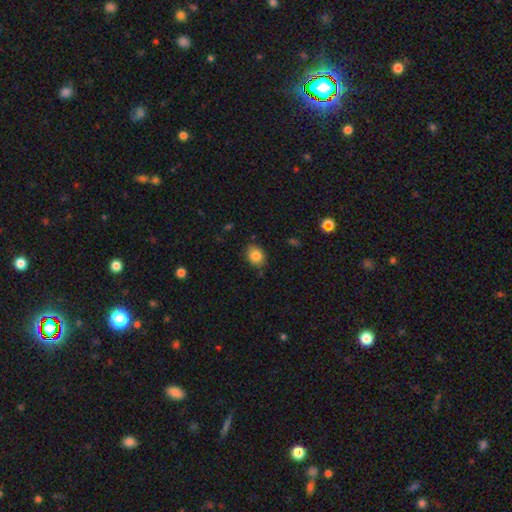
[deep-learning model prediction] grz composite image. It shows a smooth galaxy with no disk features (84%) that is in between round and cigar-shaped (55%). Merging: none (83%).